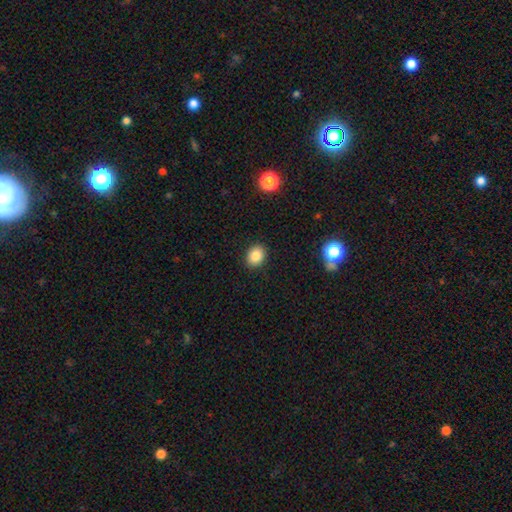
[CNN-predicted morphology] This is clearly a smooth galaxy (85%). How rounded: possibly round (53%). Merging: clearly none (90%).